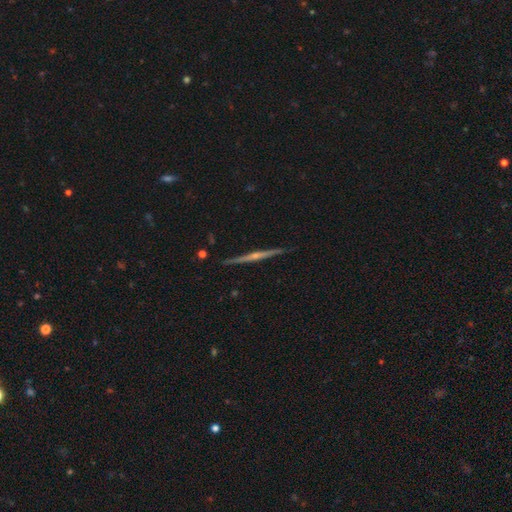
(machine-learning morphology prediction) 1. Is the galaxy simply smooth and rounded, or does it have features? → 69% featured or disk, 19% smooth, 12% star or artifact.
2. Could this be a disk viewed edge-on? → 95% yes, 5% no.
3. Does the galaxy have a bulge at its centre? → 63% rounded, 26% none, 10% boxy.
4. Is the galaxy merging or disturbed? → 88% none, 8% minor disturbance, 2% major disturbance, 2% merger.